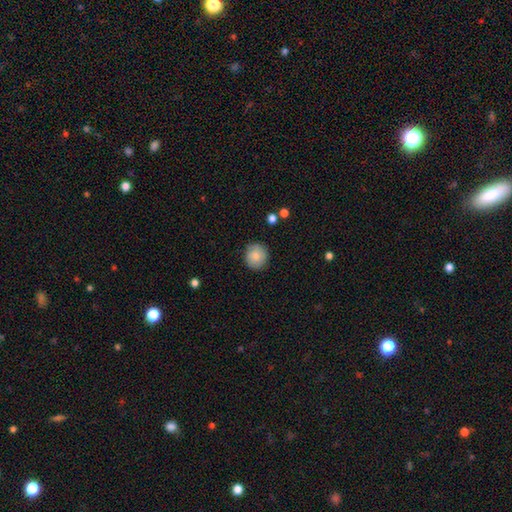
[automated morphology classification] type=smooth (84%); roundness=round (89%); merging=none (86%).